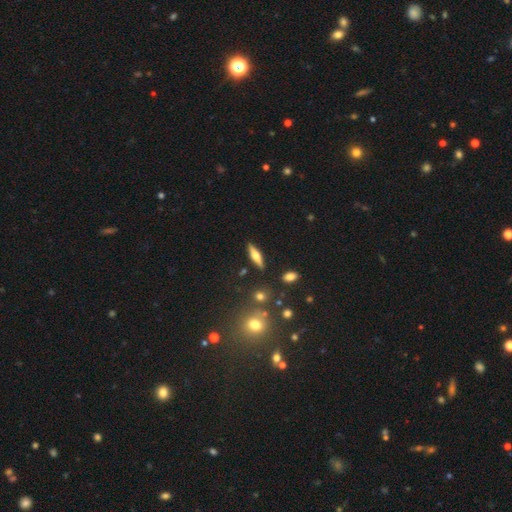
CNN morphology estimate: Smooth or featured?
  - featured or disk: 58% *
  - smooth: 35%
  - star or artifact: 7%
Edge-on disk?
  - yes: 94% *
  - no: 6%
Edge-on bulge?
  - rounded: 91% *
  - boxy: 6%
  - none: 3%
Merging?
  - none: 87% *
  - minor disturbance: 8%
  - merger: 3%
  - major disturbance: 2%